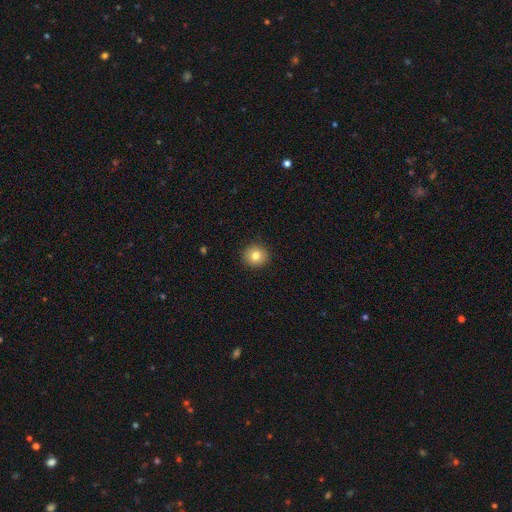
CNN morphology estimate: A smooth galaxy with no disk features (81%) that is round (90%). Merging: none (92%).